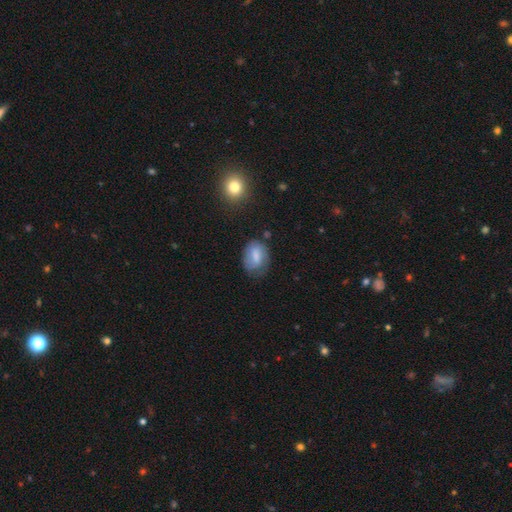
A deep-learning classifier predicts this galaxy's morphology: Smooth or featured? Predicted: smooth (p=0.68). How rounded? Predicted: in between (p=0.81). Merging? Predicted: none (p=0.58).